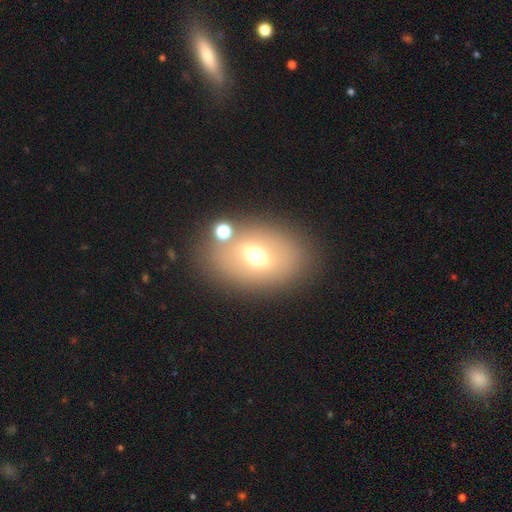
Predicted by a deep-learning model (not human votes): Q: Smooth or featured?
A: smooth (53%); runner-up: featured or disk (32%)
Q: How rounded?
A: in between (74%); runner-up: round (24%)
Q: Merging?
A: none (73%); runner-up: minor disturbance (11%)